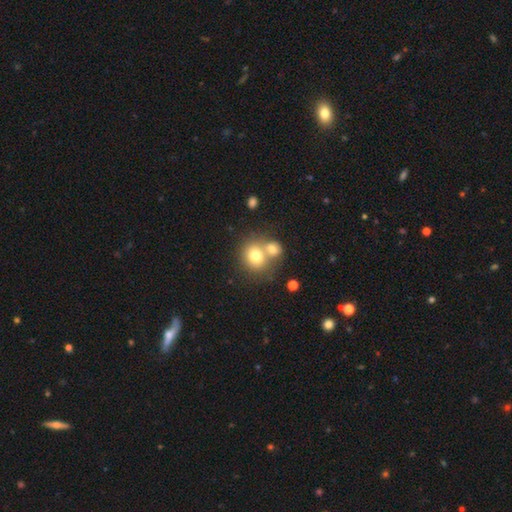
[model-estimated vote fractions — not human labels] Overall: smooth (73%). How rounded: round (76%). Merging: merger (47%; none 42%).